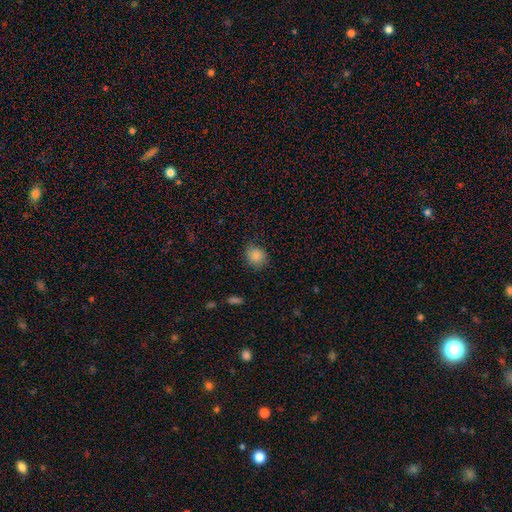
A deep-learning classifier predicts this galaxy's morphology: Smooth or featured? Predicted: smooth (p=0.85). How rounded? Predicted: round (p=0.81). Merging? Predicted: none (p=0.82).